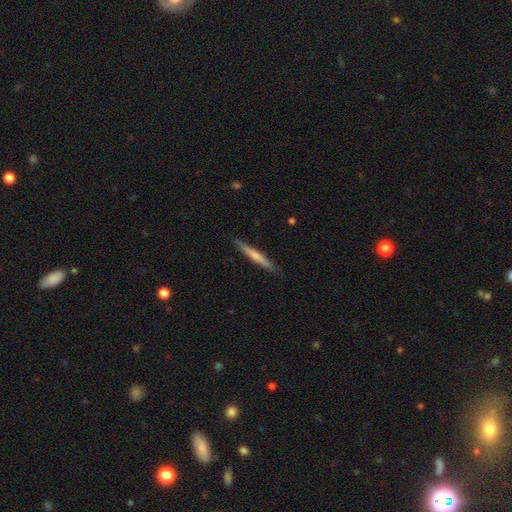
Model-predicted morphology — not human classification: Overall: smooth (52%; featured or disk 43%). How rounded: cigar-shaped (96%). Merging: none (89%).